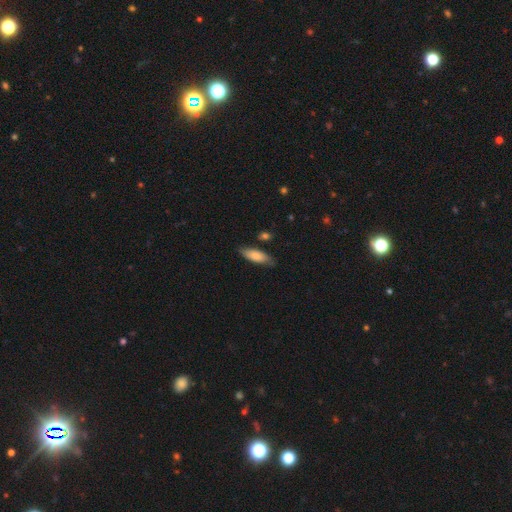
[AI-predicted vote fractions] Overall: smooth (79%). How rounded: in between (60%; cigar-shaped 38%). Merging: none (78%).